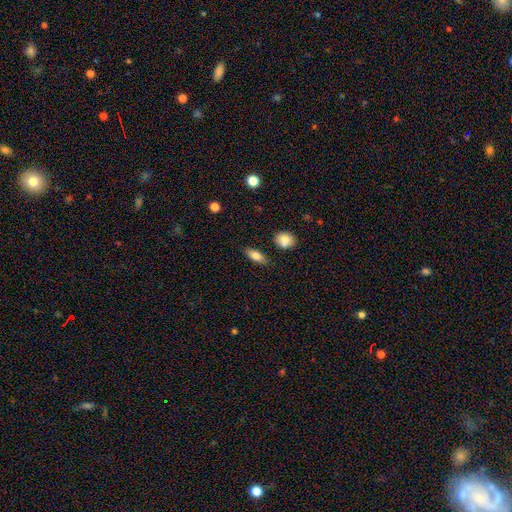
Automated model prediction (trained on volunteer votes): smooth_or_featured: smooth (p=0.79) [alt: featured or disk p=0.14]
how_rounded: in between (p=0.75) [alt: cigar-shaped p=0.20]
merging: none (p=0.83) [alt: minor disturbance p=0.11]